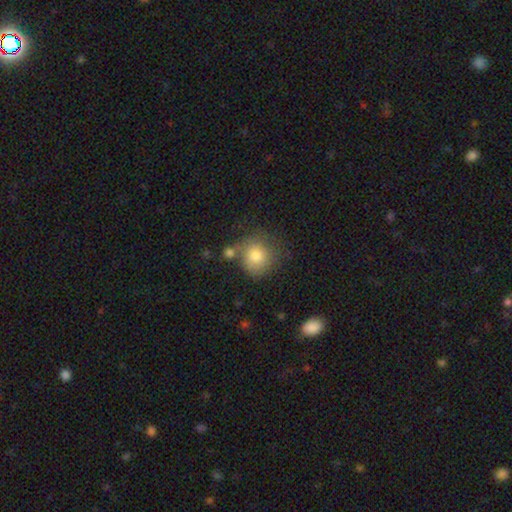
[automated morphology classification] smooth_or_featured: smooth (p=0.80) [alt: featured or disk p=0.10]
how_rounded: round (p=0.88) [alt: in between p=0.11]
merging: none (p=0.62) [alt: minor disturbance p=0.17]